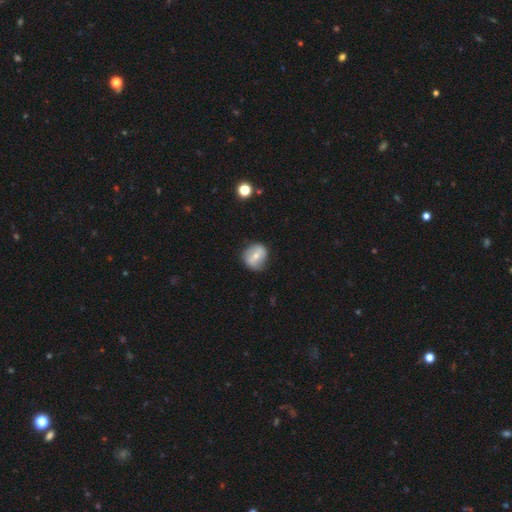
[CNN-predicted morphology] A smooth galaxy with no disk features (50%).

Vote fractions:
- Smooth or featured? smooth: 50% / featured or disk: 43% / star or artifact: 8%
- Merging? none: 74% / minor disturbance: 19% / major disturbance: 5% / merger: 2%